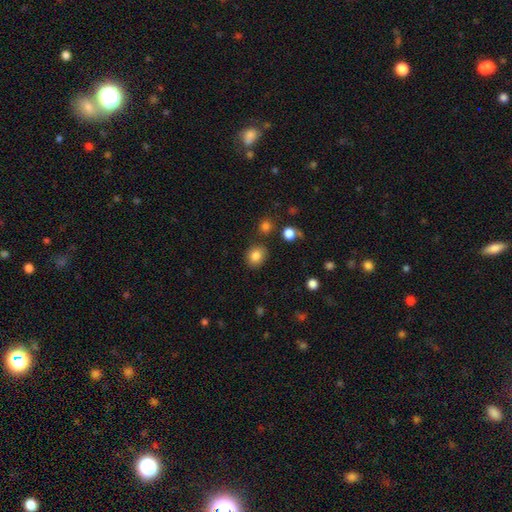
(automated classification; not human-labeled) smooth_or_featured: smooth (p=0.83) [alt: star or artifact p=0.11]
how_rounded: round (p=0.67) [alt: in between p=0.32]
merging: none (p=0.84) [alt: minor disturbance p=0.10]